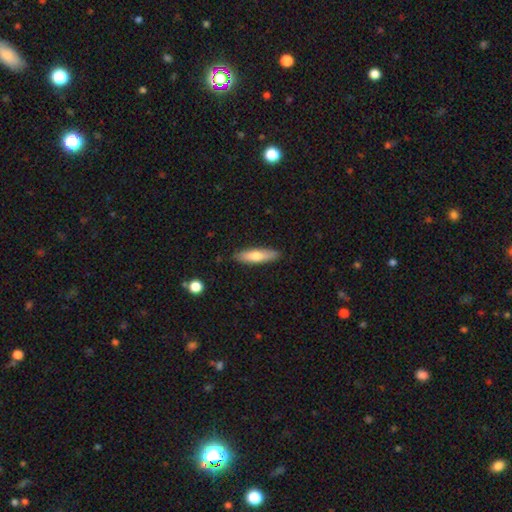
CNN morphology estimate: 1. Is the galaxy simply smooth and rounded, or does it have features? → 68% smooth, 26% featured or disk, 6% star or artifact.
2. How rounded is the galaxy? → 71% cigar-shaped, 27% in between, 2% round.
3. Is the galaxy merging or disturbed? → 87% none, 10% minor disturbance, 2% major disturbance, 1% merger.